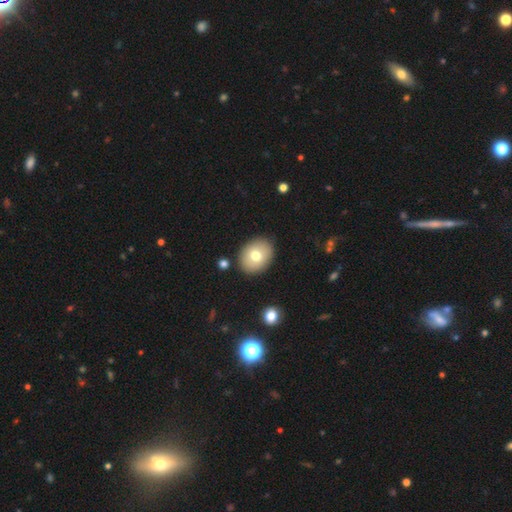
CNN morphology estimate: smooth-or-featured: smooth: 73% | featured or disk: 18% | star or artifact: 8%
  how-rounded: in between: 55% | round: 44% | cigar-shaped: 1%
  merging: none: 88% | minor disturbance: 8% | major disturbance: 2% | merger: 2%